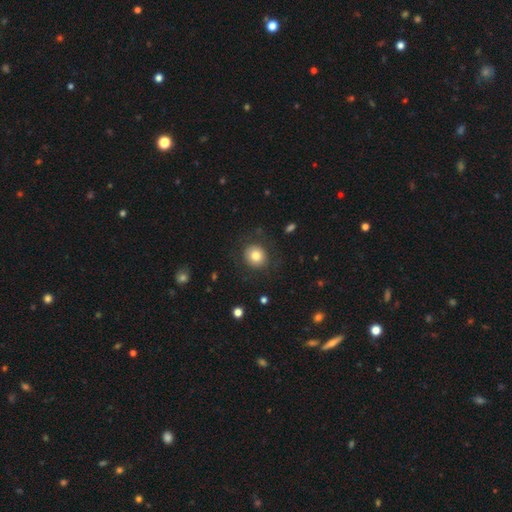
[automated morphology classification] Smooth or featured: smooth — 80% (featured or disk — 11%)
How rounded: round — 84% (in between — 15%)
Merging: none — 82% (minor disturbance — 11%)